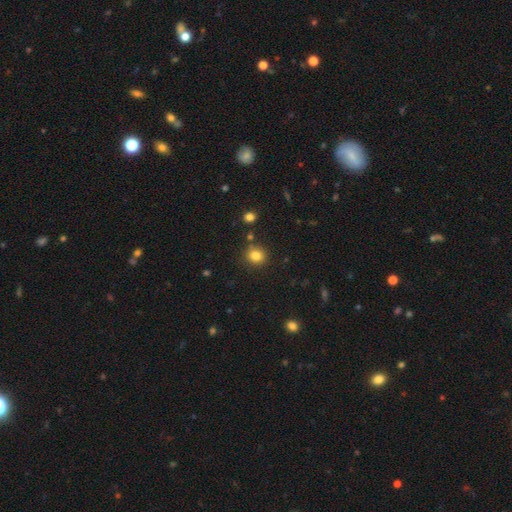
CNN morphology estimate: type=smooth (82%); roundness=round (84%); merging=none (84%).